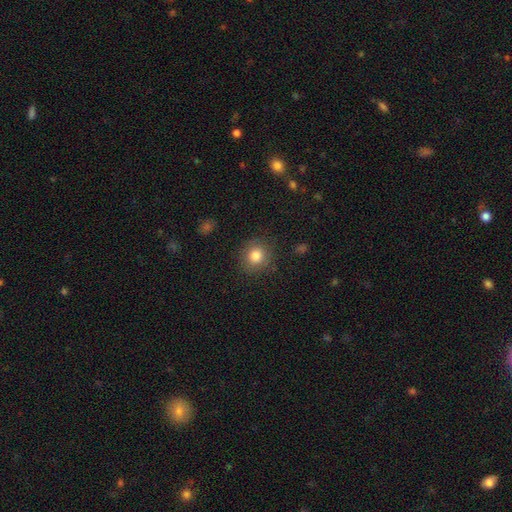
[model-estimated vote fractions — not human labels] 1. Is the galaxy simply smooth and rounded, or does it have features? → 82% smooth, 10% star or artifact, 8% featured or disk.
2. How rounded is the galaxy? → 84% round, 15% in between, 1% cigar-shaped.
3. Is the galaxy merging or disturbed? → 85% none, 10% minor disturbance, 4% major disturbance, 1% merger.